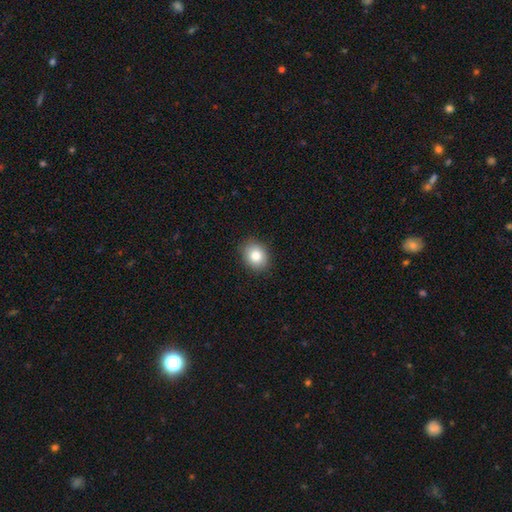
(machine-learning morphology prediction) smooth-or-featured: smooth: 83% | star or artifact: 9% | featured or disk: 8%
  how-rounded: round: 55% | in between: 44% | cigar-shaped: 1%
  merging: none: 88% | minor disturbance: 9% | major disturbance: 2% | merger: 1%